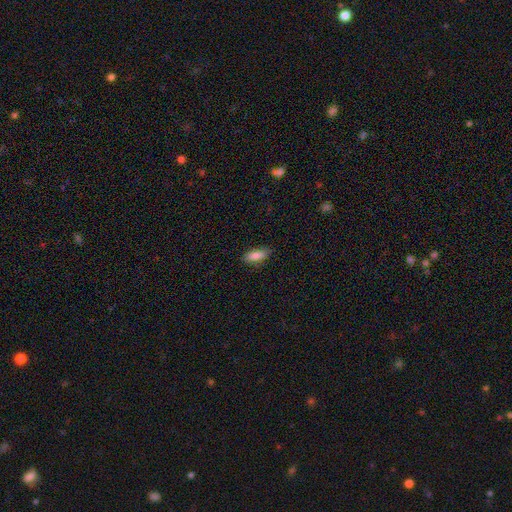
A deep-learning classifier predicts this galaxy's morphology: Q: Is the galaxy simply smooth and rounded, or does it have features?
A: smooth — 83%.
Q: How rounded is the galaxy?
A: in between — 73%.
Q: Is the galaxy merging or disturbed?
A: none — 84%.